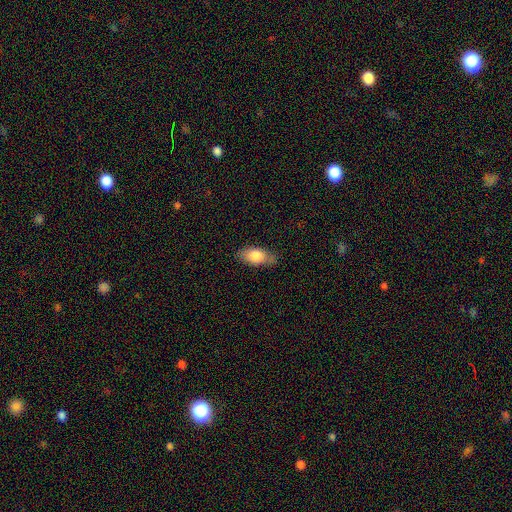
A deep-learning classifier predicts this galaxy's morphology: Q: Smooth or featured?
A: smooth (79%); runner-up: featured or disk (15%)
Q: How rounded?
A: in between (88%); runner-up: cigar-shaped (8%)
Q: Merging?
A: none (77%); runner-up: minor disturbance (18%)